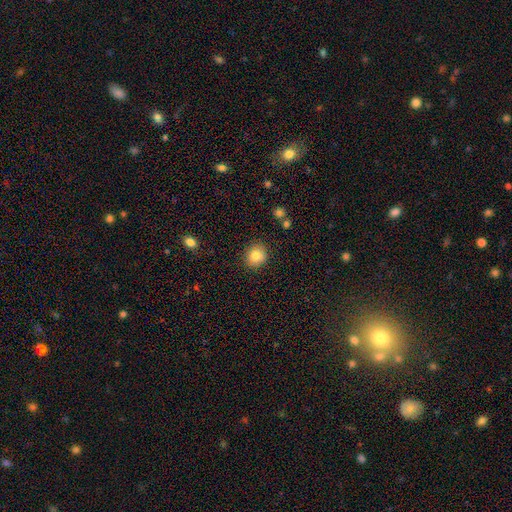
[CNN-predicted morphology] smooth 82%, star or artifact 10%, featured or disk 8%. Down the decision tree: how rounded — round (79%); merging — none (88%).